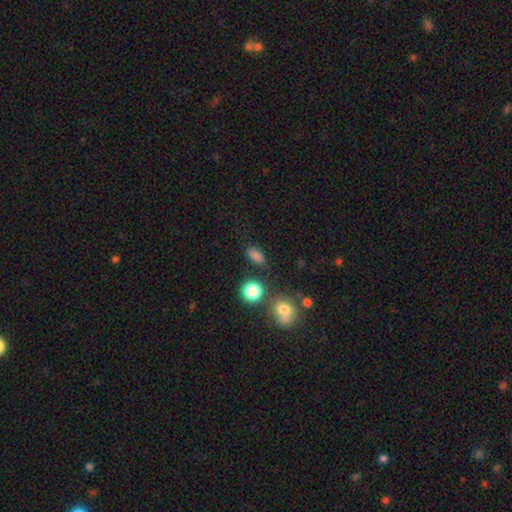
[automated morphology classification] A smooth galaxy with no disk features (80%) that is in between round and cigar-shaped (72%).

Vote fractions:
- Smooth or featured? smooth: 80% / star or artifact: 15% / featured or disk: 5%
- How rounded? in between: 72% / round: 21% / cigar-shaped: 8%
- Merging? none: 78% / minor disturbance: 12% / merger: 5% / major disturbance: 4%